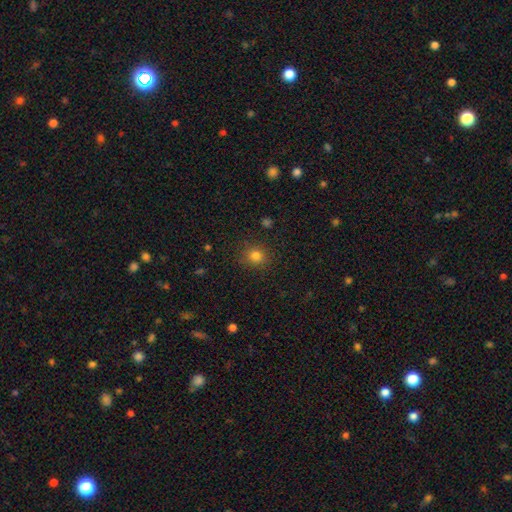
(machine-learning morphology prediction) Overall: smooth (80%). How rounded: round (84%). Merging: none (88%).